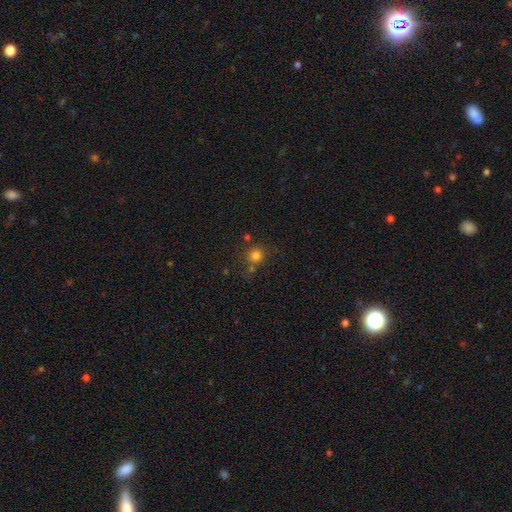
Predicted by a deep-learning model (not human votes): Smooth or featured?
  - smooth: 77% *
  - star or artifact: 15%
  - featured or disk: 7%
How rounded?
  - round: 89% *
  - in between: 10%
  - cigar-shaped: 1%
Merging?
  - none: 65% *
  - merger: 17%
  - minor disturbance: 13%
  - major disturbance: 6%